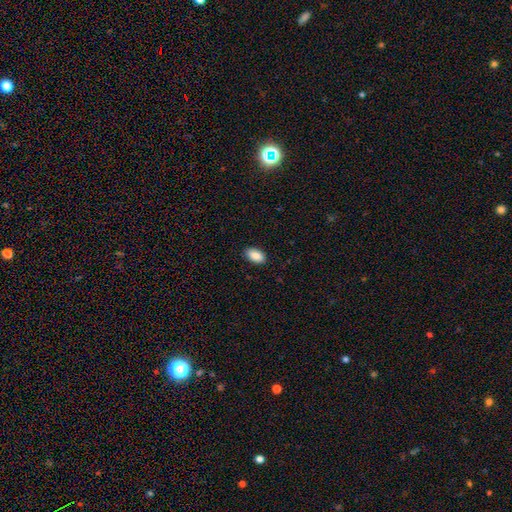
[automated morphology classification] A smooth galaxy with no disk features (88%) that is in between round and cigar-shaped (94%).

Vote fractions:
- Smooth or featured? smooth: 88% / star or artifact: 7% / featured or disk: 5%
- How rounded? in between: 94% / round: 4% / cigar-shaped: 2%
- Merging? none: 89% / minor disturbance: 8% / major disturbance: 2% / merger: 1%